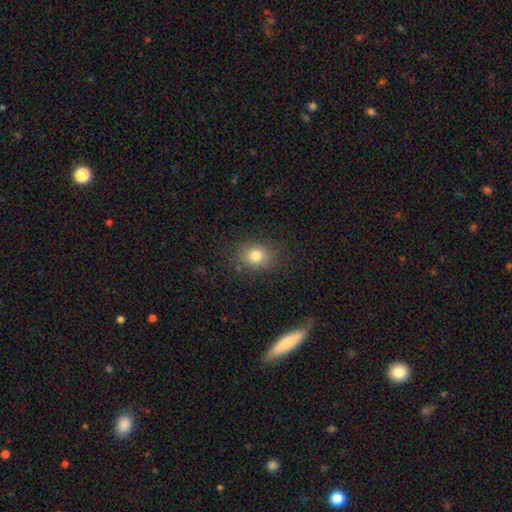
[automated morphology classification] This appears to be a smooth galaxy with no disk features (78%) that is round (61%). Merging: none (84%).